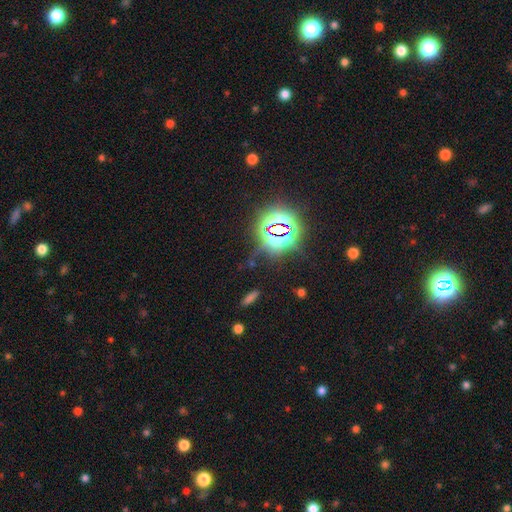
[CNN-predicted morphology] Smooth or featured? star or artifact (80%)